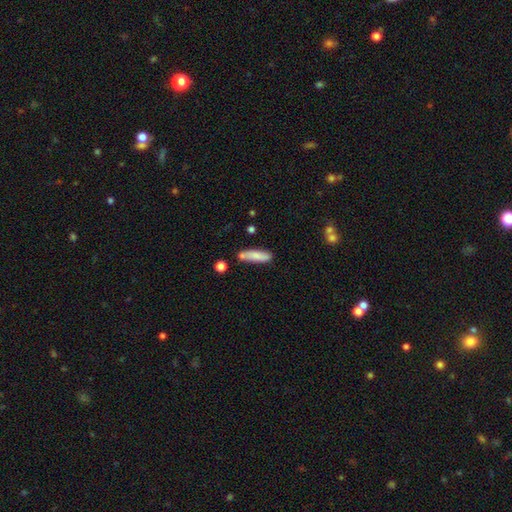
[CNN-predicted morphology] Overall: smooth (80%). How rounded: cigar-shaped (67%; in between 31%). Merging: none (70%).